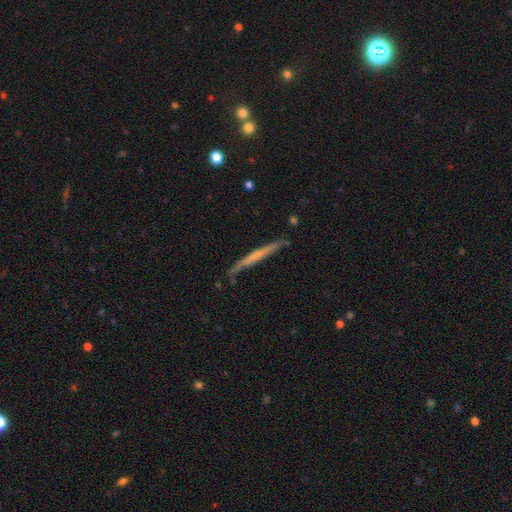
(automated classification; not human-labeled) featured or disk 53%, smooth 42%, star or artifact 6%. Down the decision tree: edge-on disk — yes (94%); merging — none (75%).